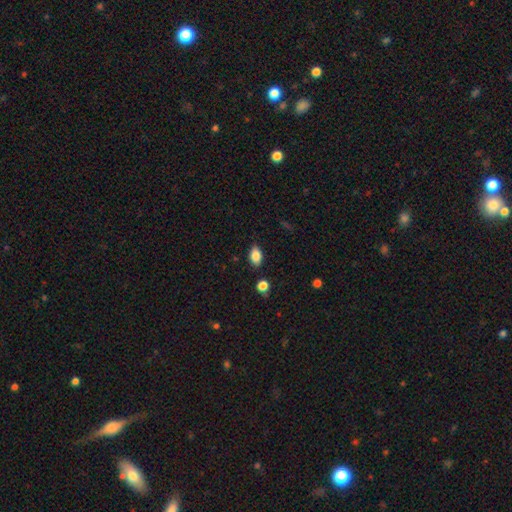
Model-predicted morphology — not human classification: Smooth or featured? Predicted: smooth (p=0.86). How rounded? Predicted: in between (p=0.89). Merging? Predicted: none (p=0.82).